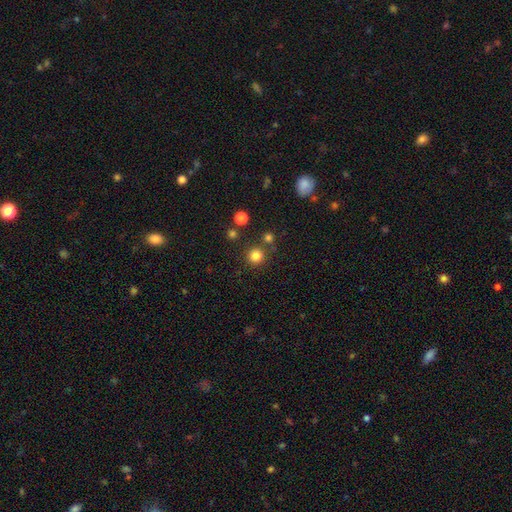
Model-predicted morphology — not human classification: This appears to be a smooth galaxy with no disk features (82%) that is round (94%). Merging: none (84%).